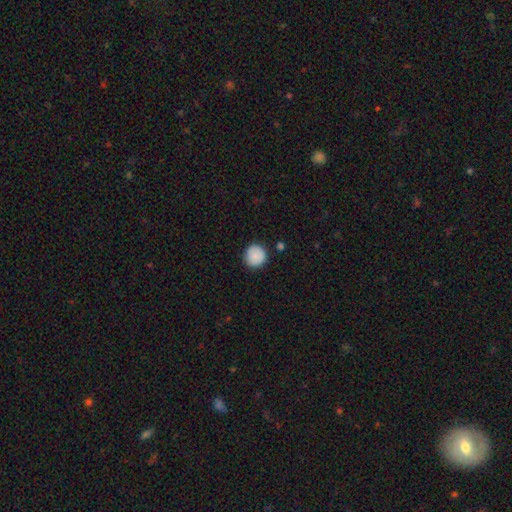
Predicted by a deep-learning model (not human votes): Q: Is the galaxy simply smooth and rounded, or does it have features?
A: smooth — 86%.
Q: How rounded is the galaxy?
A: round — 93%.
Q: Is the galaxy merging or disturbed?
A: none — 87%.